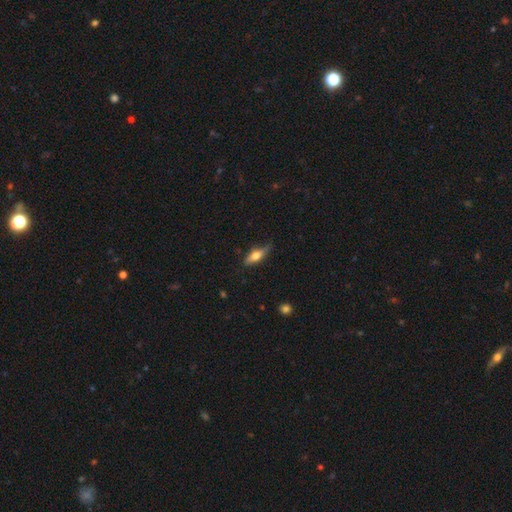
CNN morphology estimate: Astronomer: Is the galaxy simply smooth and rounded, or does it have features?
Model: smooth — 56% (runner-up: featured or disk, 38%).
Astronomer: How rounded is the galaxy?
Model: in between — 50% (runner-up: cigar-shaped, 46%).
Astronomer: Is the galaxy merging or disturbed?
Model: none — 75%.